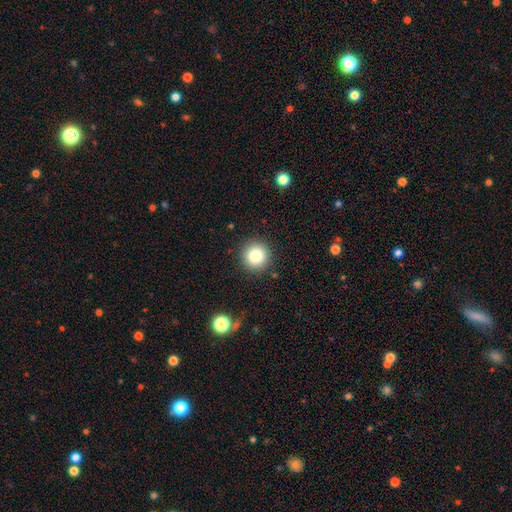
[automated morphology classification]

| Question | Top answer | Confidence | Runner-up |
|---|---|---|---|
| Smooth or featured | smooth | 81% | star or artifact (11%) |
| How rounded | round | 95% | in between (4%) |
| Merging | none | 90% | minor disturbance (6%) |